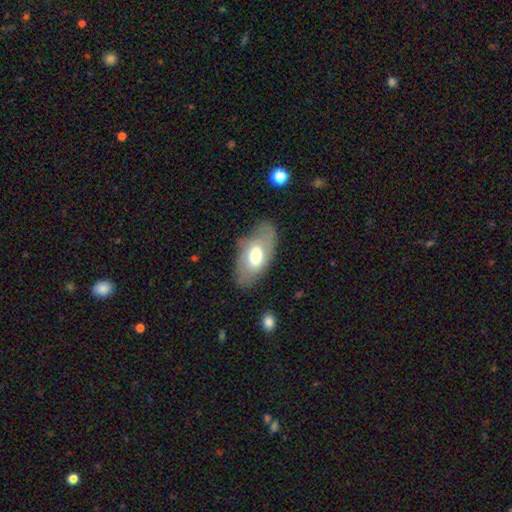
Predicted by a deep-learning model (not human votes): Overall: smooth (54%; featured or disk 39%). How rounded: in between (92%). Merging: none (68%).